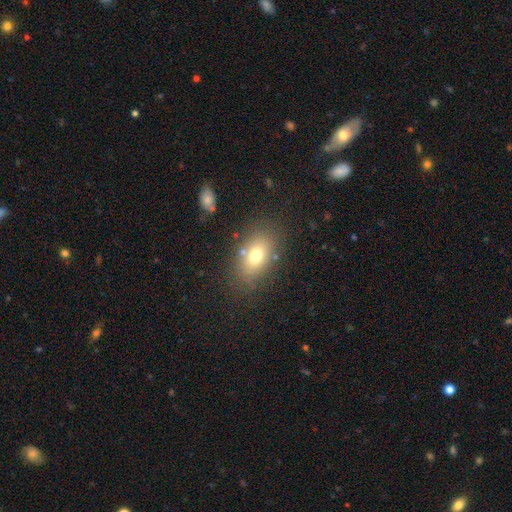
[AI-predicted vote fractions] The model was most divided on "smooth or featured": smooth: 73%, featured or disk: 16%, star or artifact: 11%. More confident: how rounded — in between (86%); merging — none (79%).